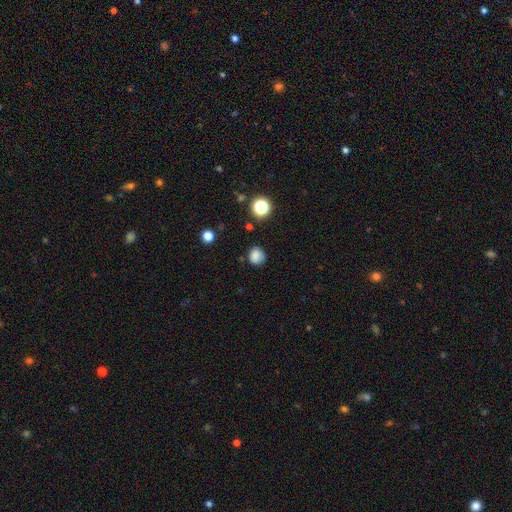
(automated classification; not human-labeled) The model was most divided on "how rounded": round: 78%, in between: 21%, cigar-shaped: 1%. More confident: smooth or featured — smooth (82%); merging — none (78%).